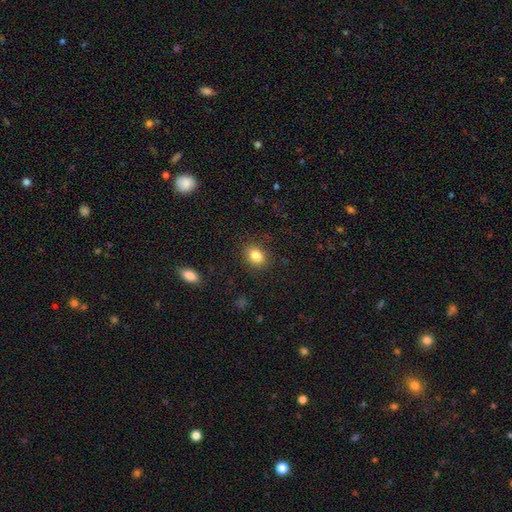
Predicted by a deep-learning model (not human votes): A smooth galaxy with no disk features (84%) that is in between round and cigar-shaped (68%). Merging: none (86%).